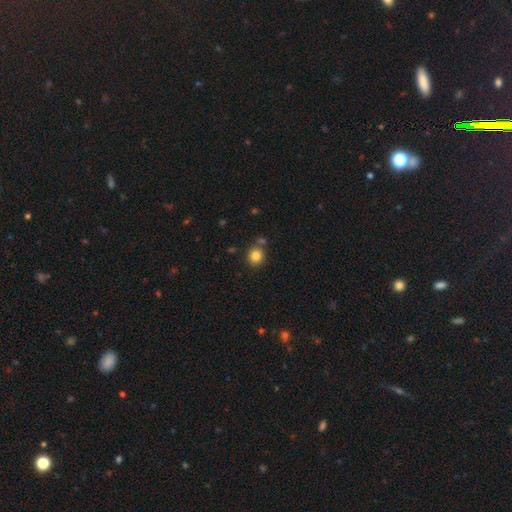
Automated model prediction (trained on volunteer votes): smooth-or-featured: smooth: 84% | star or artifact: 11% | featured or disk: 6%
  how-rounded: round: 75% | in between: 24% | cigar-shaped: 1%
  merging: none: 77% | merger: 10% | minor disturbance: 10% | major disturbance: 3%